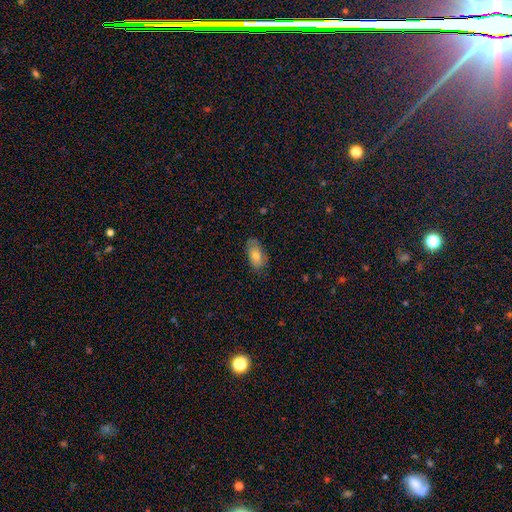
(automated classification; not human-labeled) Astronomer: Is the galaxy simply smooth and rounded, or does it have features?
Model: smooth — 71%.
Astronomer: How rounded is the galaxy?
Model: in between — 91%.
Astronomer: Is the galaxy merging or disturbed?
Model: none — 75%.